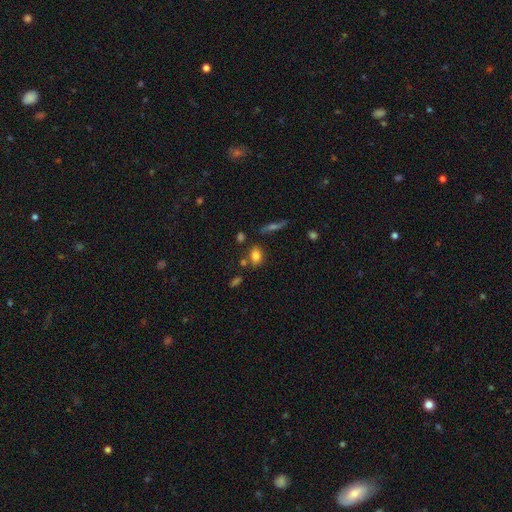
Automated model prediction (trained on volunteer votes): A smooth galaxy with no disk features (79%) that is in between round and cigar-shaped (71%). Merging: none (69%).